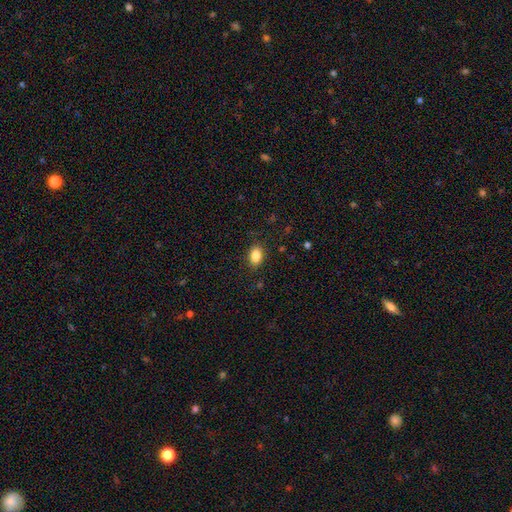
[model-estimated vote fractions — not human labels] A smooth galaxy with no disk features (86%) that is in between round and cigar-shaped (80%).

Vote fractions:
- Smooth or featured? smooth: 86% / star or artifact: 9% / featured or disk: 5%
- How rounded? in between: 80% / round: 19% / cigar-shaped: 1%
- Merging? none: 86% / minor disturbance: 10% / major disturbance: 3% / merger: 1%